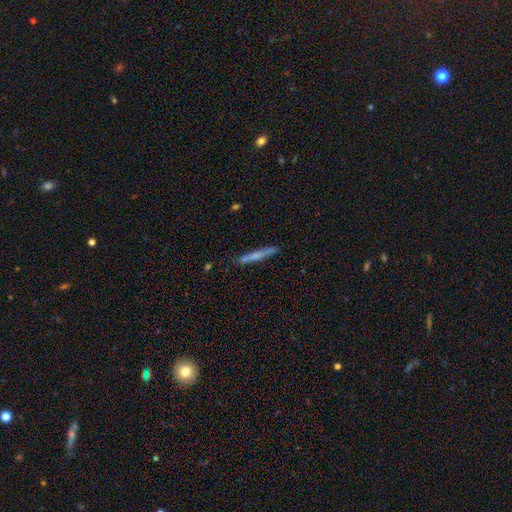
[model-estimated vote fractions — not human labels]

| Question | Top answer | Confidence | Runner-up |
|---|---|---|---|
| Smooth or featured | smooth | 53% | featured or disk (40%) |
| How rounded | cigar-shaped | 95% | in between (3%) |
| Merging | none | 84% | minor disturbance (11%) |